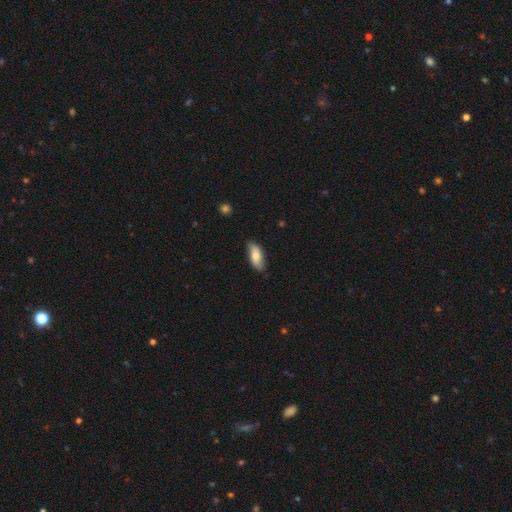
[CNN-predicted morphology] Smooth or featured: smooth — 72% (featured or disk — 22%)
How rounded: in between — 78% (cigar-shaped — 19%)
Merging: none — 79% (minor disturbance — 17%)